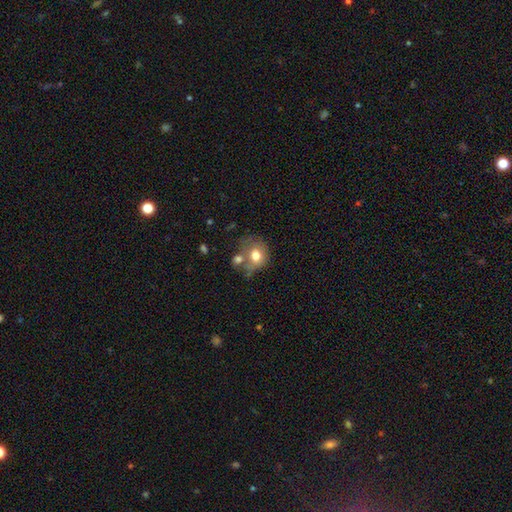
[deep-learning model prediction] Smooth or featured: smooth — 73% (featured or disk — 18%)
How rounded: round — 63% (in between — 36%)
Merging: none — 38% (merger — 31%)